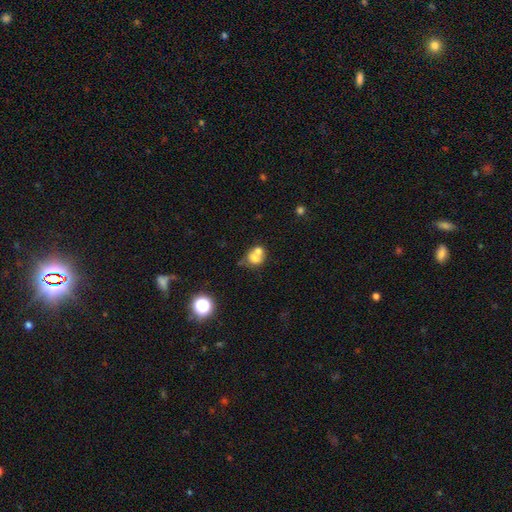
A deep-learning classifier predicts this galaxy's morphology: type=smooth (66%); roundness=round (65%); merging=merger (59%).